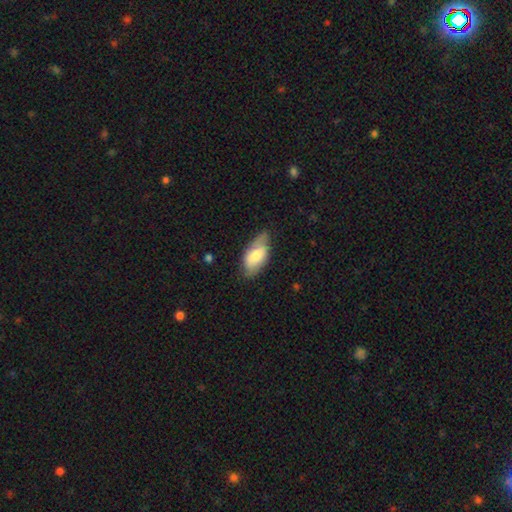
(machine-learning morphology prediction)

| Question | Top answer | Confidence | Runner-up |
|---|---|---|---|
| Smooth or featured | smooth | 66% | featured or disk (28%) |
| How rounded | in between | 92% | cigar-shaped (5%) |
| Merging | none | 56% | minor disturbance (34%) |